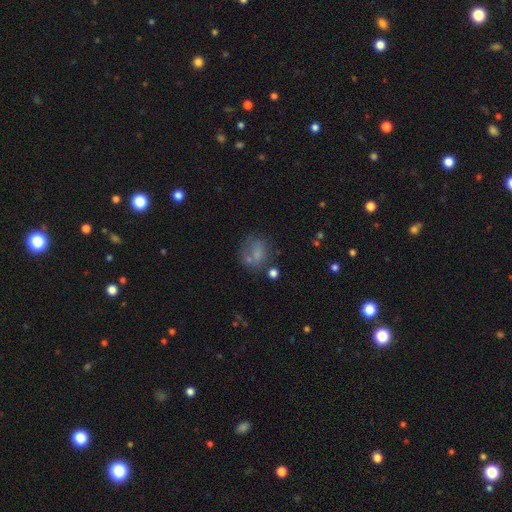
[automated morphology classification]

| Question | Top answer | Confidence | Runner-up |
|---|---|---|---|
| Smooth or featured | smooth | 64% | featured or disk (22%) |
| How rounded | round | 59% | in between (39%) |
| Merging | none | 44% | minor disturbance (20%) |